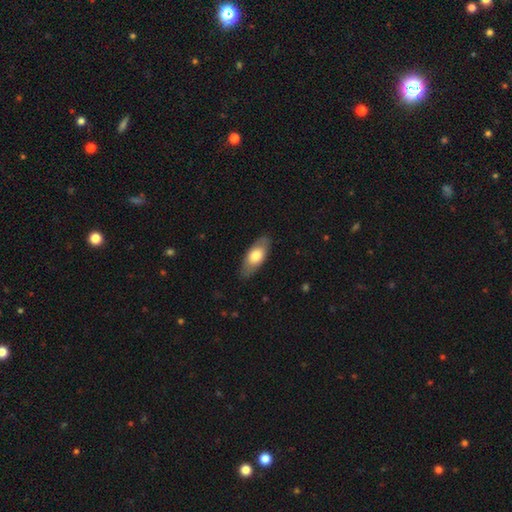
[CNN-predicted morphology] Smooth or featured? Predicted: smooth (p=0.68). How rounded? Predicted: in between (p=0.84). Merging? Predicted: none (p=0.83).